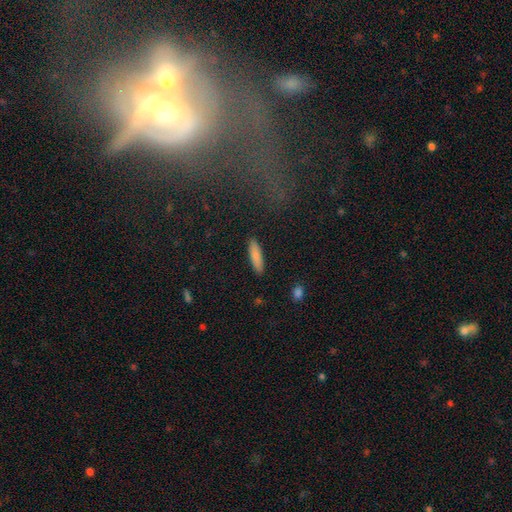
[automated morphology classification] type=smooth (83%); roundness=cigar-shaped (67%); merging=none (90%).